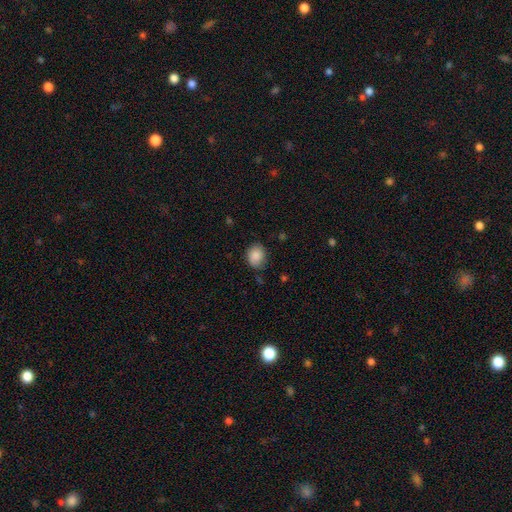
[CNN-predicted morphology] Smooth or featured: smooth — 87% (star or artifact — 8%)
How rounded: round — 54% (in between — 45%)
Merging: none — 74% (minor disturbance — 21%)